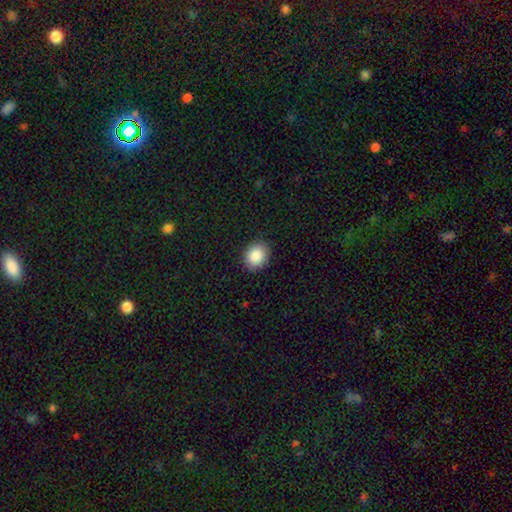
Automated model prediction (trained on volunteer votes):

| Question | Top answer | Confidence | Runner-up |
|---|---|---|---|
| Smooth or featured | smooth | 88% | star or artifact (8%) |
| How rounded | round | 55% | in between (44%) |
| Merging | none | 89% | minor disturbance (8%) |